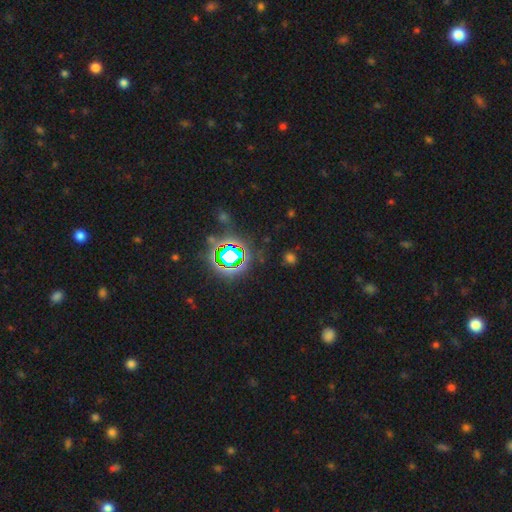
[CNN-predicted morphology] Smooth or featured? Predicted: star or artifact (p=0.79).